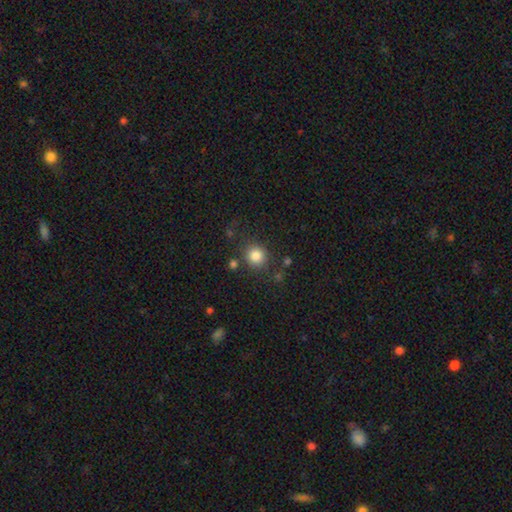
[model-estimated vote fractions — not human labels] smooth-or-featured: smooth: 84% | star or artifact: 11% | featured or disk: 5%
  how-rounded: round: 89% | in between: 10% | cigar-shaped: 1%
  merging: none: 82% | minor disturbance: 9% | merger: 5% | major disturbance: 4%